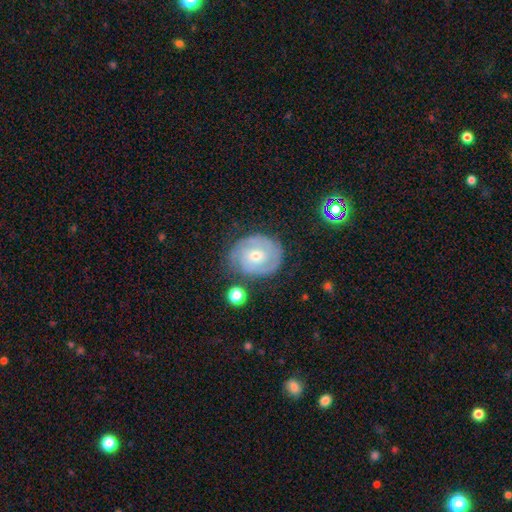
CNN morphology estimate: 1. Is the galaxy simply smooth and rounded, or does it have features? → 79% featured or disk, 15% smooth, 6% star or artifact.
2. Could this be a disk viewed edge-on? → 97% no, 3% yes.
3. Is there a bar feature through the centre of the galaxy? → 64% no, 30% weak, 6% strong.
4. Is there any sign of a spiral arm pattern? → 91% yes, 9% no.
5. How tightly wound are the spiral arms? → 71% tight, 23% medium, 5% loose.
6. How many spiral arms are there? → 43% 2, 28% can't tell, 16% 3, 5% 1, 4% 4, 3% more than 4.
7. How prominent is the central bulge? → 55% small, 42% moderate, 1% large, 1% none, 1% dominant.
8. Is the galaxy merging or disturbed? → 72% none, 19% minor disturbance, 6% major disturbance, 3% merger.